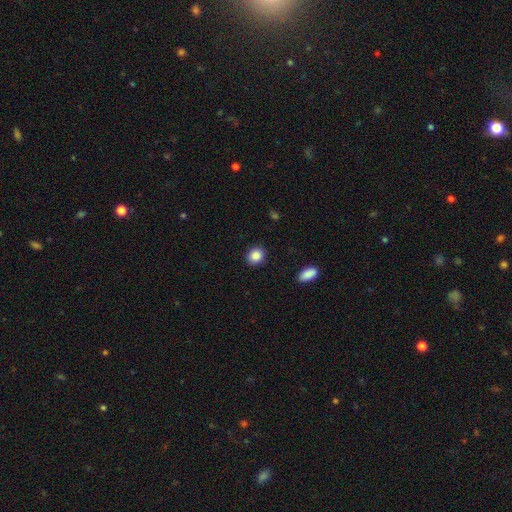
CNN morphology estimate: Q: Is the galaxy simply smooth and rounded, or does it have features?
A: smooth — 87%.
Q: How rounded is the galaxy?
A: round — 72%.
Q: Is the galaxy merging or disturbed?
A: none — 90%.